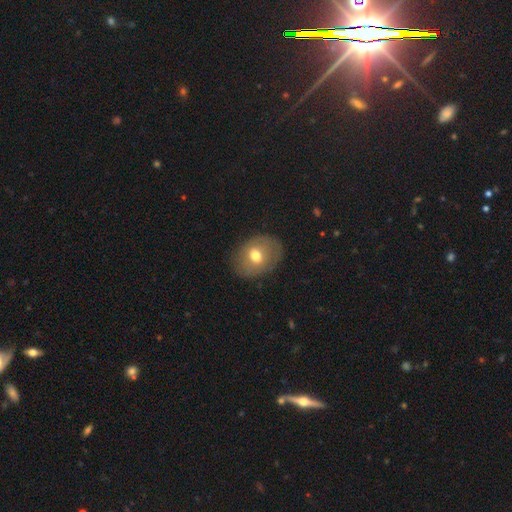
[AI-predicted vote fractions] Smooth or featured? Predicted: smooth (p=0.61). How rounded? Predicted: in between (p=0.59). Merging? Predicted: none (p=0.78).